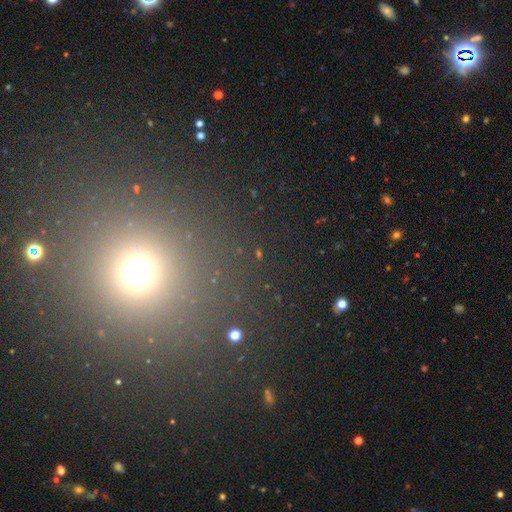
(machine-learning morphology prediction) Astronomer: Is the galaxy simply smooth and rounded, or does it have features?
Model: star or artifact — 51% (runner-up: smooth, 42%).